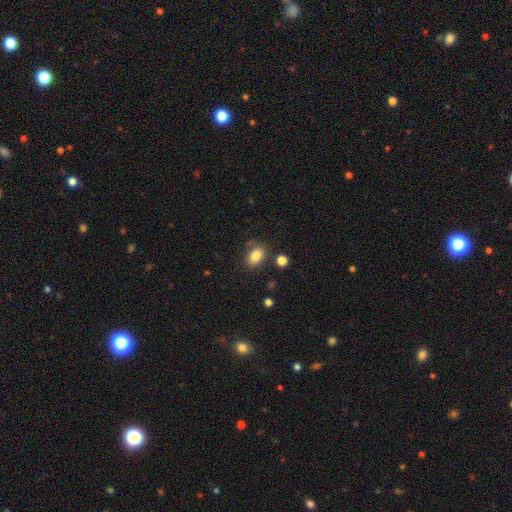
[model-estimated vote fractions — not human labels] smooth 83%, star or artifact 10%, featured or disk 7%. Down the decision tree: how rounded — in between (81%); merging — none (75%).